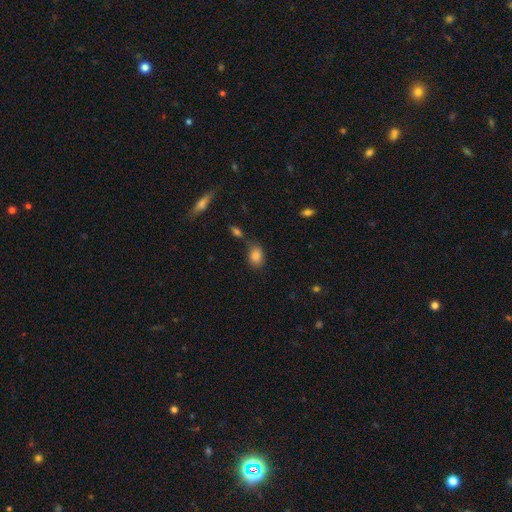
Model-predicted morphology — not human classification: The model was most divided on "merging": none: 70%, minor disturbance: 17%, merger: 9%, major disturbance: 5%. More confident: smooth or featured — smooth (85%); how rounded — in between (78%).